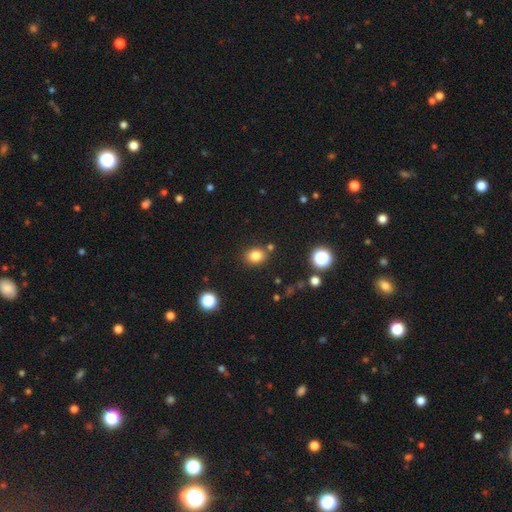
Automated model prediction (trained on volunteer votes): Smooth or featured?
  - smooth: 81% *
  - star or artifact: 13%
  - featured or disk: 6%
How rounded?
  - round: 50% * (tied)
  - in between: 50% * (tied)
  - cigar-shaped: 1%
Merging?
  - none: 81% *
  - minor disturbance: 10%
  - merger: 6%
  - major disturbance: 3%